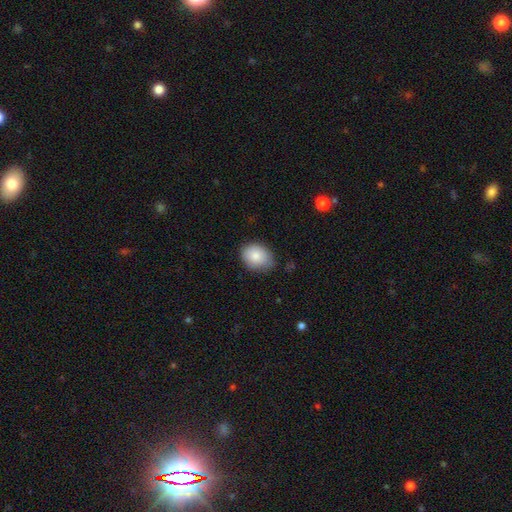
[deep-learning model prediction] Smooth or featured? smooth (84%)
How rounded? in between (56%)
Merging? none (66%)